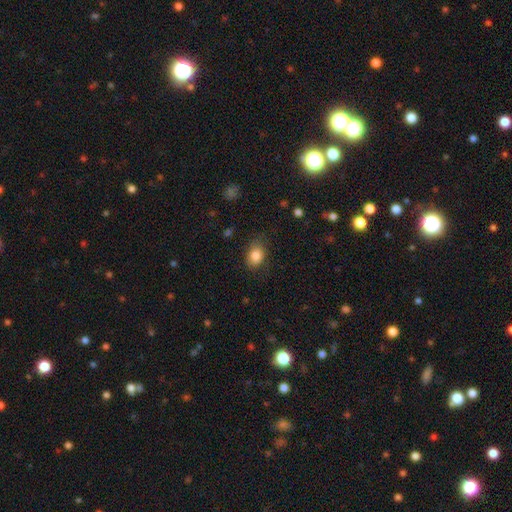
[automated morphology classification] smooth 84%, star or artifact 9%, featured or disk 7%. Down the decision tree: how rounded — in between (72%); merging — none (73%).